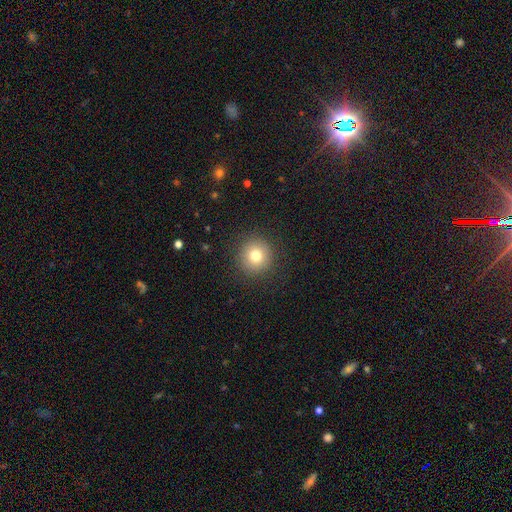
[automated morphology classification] Overall: smooth (77%). How rounded: round (94%). Merging: none (90%).